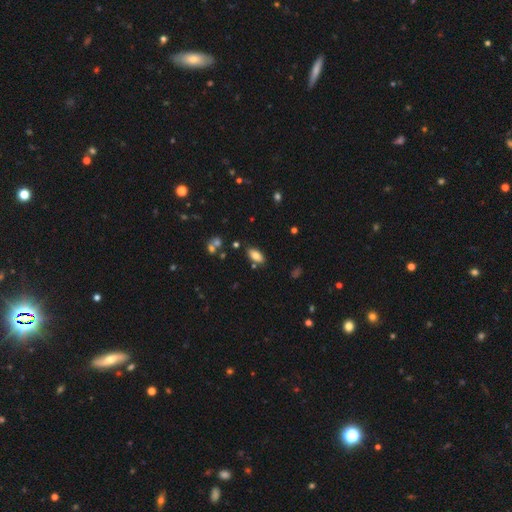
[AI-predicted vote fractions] The model was most divided on "merging": none: 81%, minor disturbance: 12%, merger: 5%, major disturbance: 3%. More confident: how rounded — in between (91%); smooth or featured — smooth (80%).